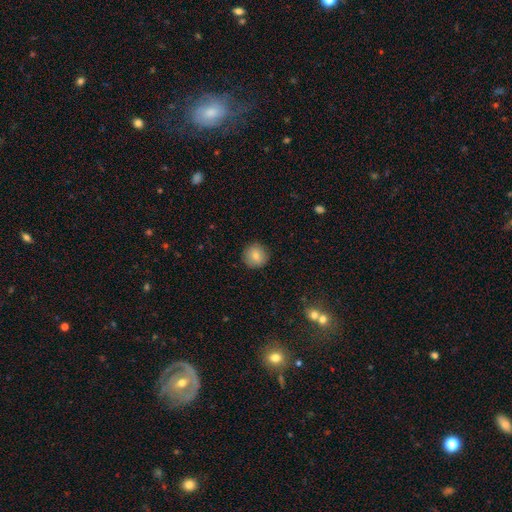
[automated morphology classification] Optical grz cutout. It shows a smooth galaxy with no disk features (80%) that is round (95%). Merging: none (89%).